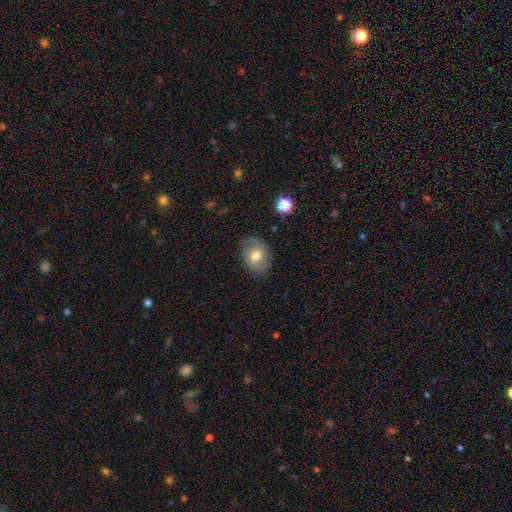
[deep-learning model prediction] Morphology: type=smooth (66%); roundness=in between (58%); merging=none (75%).